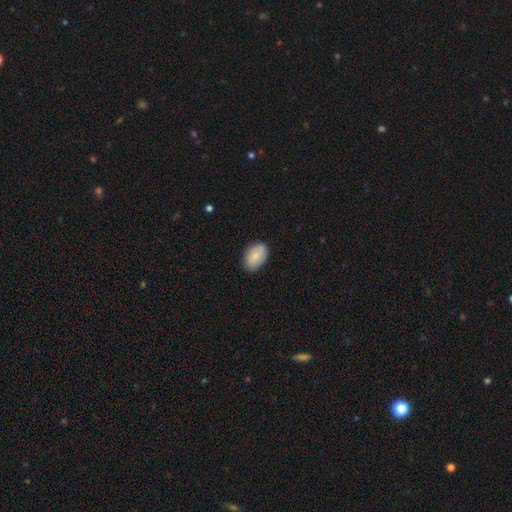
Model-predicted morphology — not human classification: A smooth galaxy with no disk features (77%) that is in between round and cigar-shaped (88%).

Vote fractions:
- Smooth or featured? smooth: 77% / featured or disk: 16% / star or artifact: 6%
- How rounded? in between: 88% / round: 11% / cigar-shaped: 1%
- Merging? none: 82% / minor disturbance: 14% / major disturbance: 3% / merger: 1%